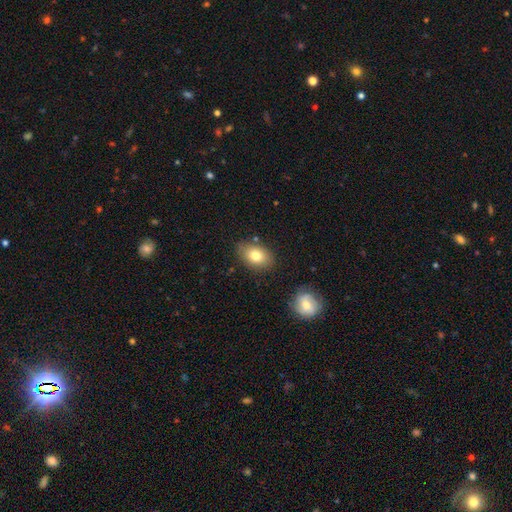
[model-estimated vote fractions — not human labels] The model was most divided on "how rounded": in between: 82%, round: 17%, cigar-shaped: 1%. More confident: merging — none (82%); smooth or featured — smooth (79%).